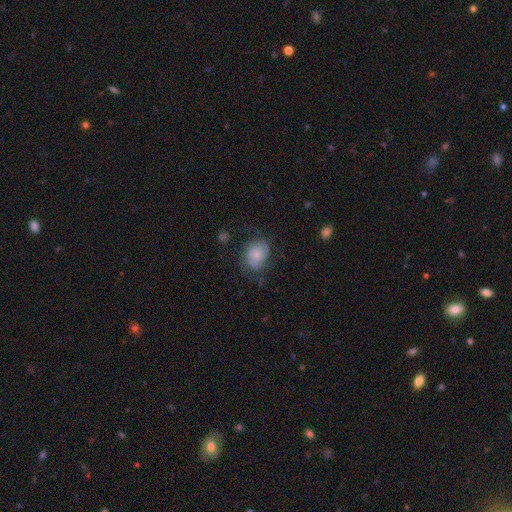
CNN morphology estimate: A smooth galaxy with no disk features (67%) that is in between round and cigar-shaped (55%). Merging: none (52%).